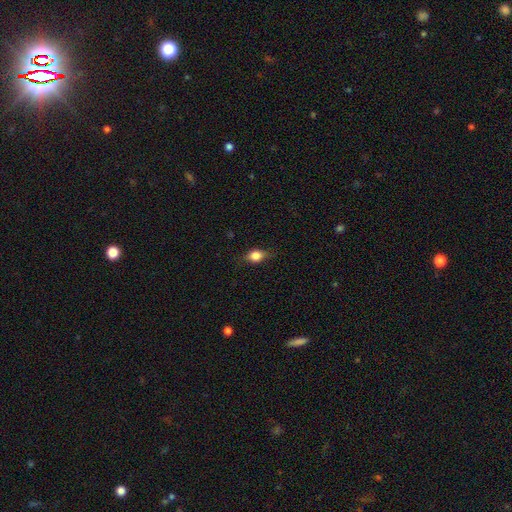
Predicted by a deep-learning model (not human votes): smooth_or_featured: smooth (p=0.77) [alt: featured or disk p=0.14]
how_rounded: in between (p=0.60) [alt: round p=0.35]
merging: none (p=0.75) [alt: minor disturbance p=0.19]